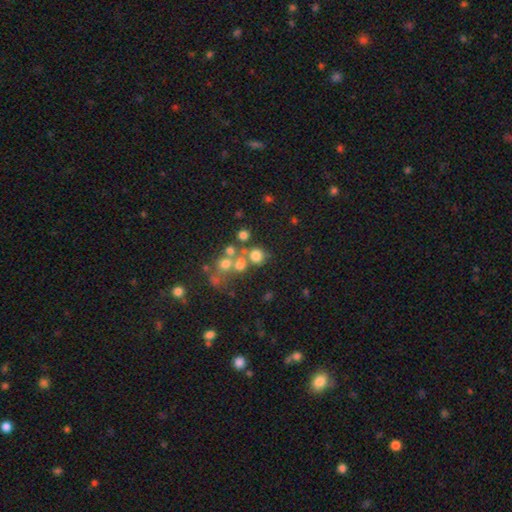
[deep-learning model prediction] Smooth or featured? Predicted: smooth (p=0.66). How rounded? Predicted: round (p=0.82). Merging? Predicted: none (p=0.54).